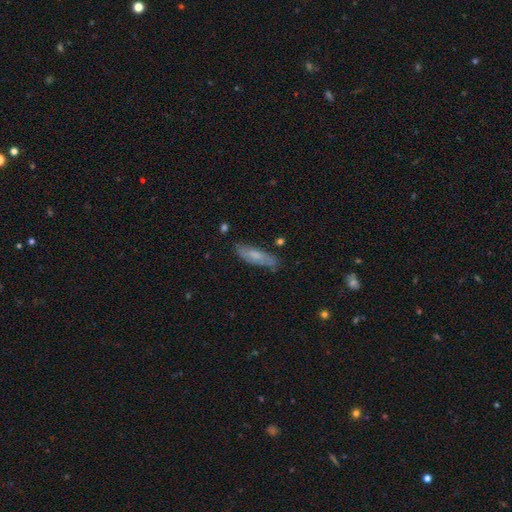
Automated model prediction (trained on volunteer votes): smooth_or_featured: smooth (p=0.57) [alt: featured or disk p=0.36]
how_rounded: cigar-shaped (p=0.59) [alt: in between p=0.40]
merging: none (p=0.75) [alt: minor disturbance p=0.19]